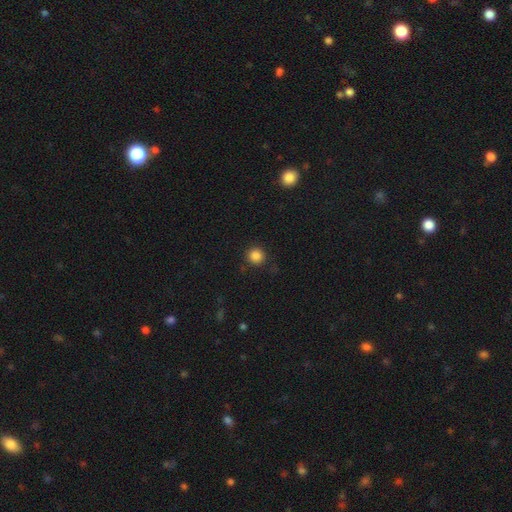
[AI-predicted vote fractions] Smooth or featured: smooth — 85% (star or artifact — 11%)
How rounded: round — 94% (in between — 5%)
Merging: none — 88% (minor disturbance — 8%)